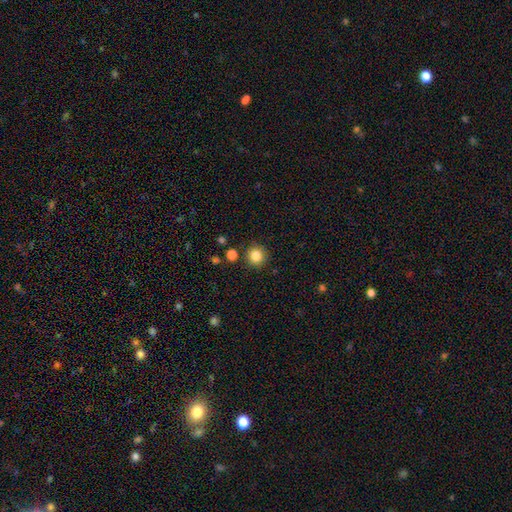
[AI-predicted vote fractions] Q: Smooth or featured?
A: smooth (84%); runner-up: star or artifact (11%)
Q: How rounded?
A: round (94%); runner-up: in between (5%)
Q: Merging?
A: none (88%); runner-up: minor disturbance (7%)